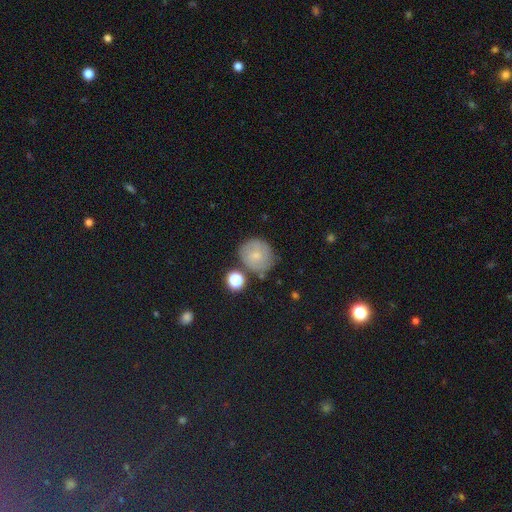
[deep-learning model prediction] Smooth or featured? smooth (64%)
How rounded? round (86%)
Merging? none (68%)